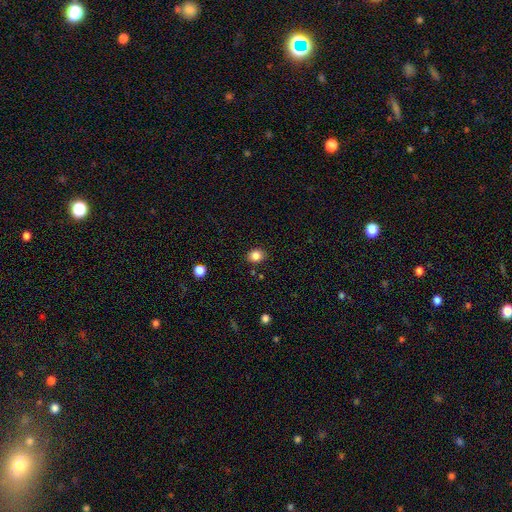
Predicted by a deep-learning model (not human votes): Q: Smooth or featured?
A: smooth (85%); runner-up: star or artifact (11%)
Q: How rounded?
A: round (62%); runner-up: in between (37%)
Q: Merging?
A: none (87%); runner-up: minor disturbance (9%)